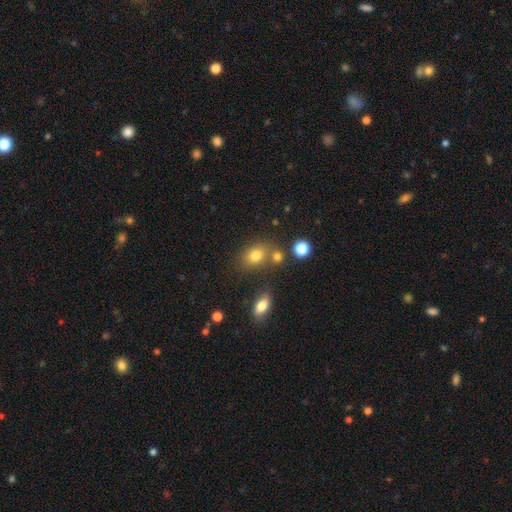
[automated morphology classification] Smooth or featured: smooth — 78% (star or artifact — 13%)
How rounded: in between — 63% (round — 36%)
Merging: none — 65% (merger — 17%)